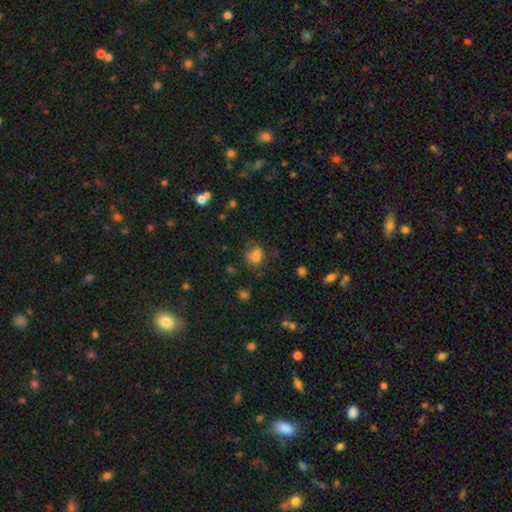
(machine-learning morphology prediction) A smooth galaxy with no disk features (77%) that is in between round and cigar-shaped (51%).

Vote fractions:
- Smooth or featured? smooth: 77% / star or artifact: 13% / featured or disk: 9%
- How rounded? in between: 51% / round: 48% / cigar-shaped: 1%
- Merging? none: 60% / minor disturbance: 24% / major disturbance: 12% / merger: 4%